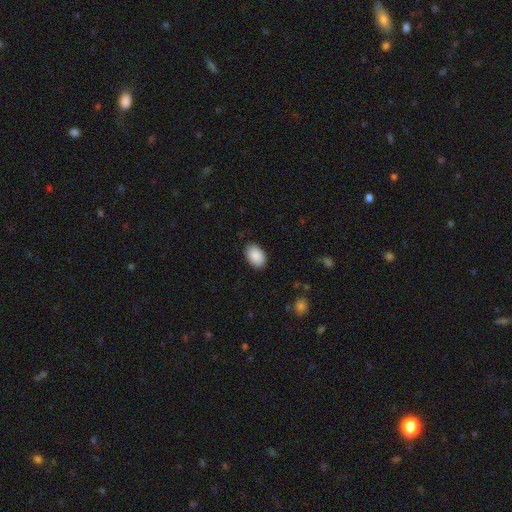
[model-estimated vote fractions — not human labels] This appears to be a smooth galaxy with no disk features (89%) that is in between round and cigar-shaped (88%). Merging: none (86%).